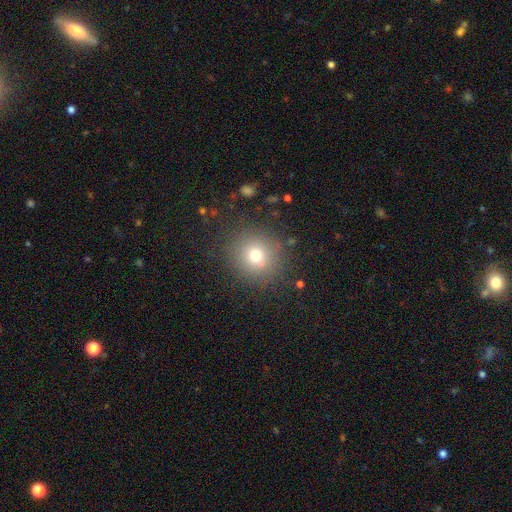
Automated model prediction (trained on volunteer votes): Smooth or featured? Predicted: smooth (p=0.72). How rounded? Predicted: round (p=0.91). Merging? Predicted: none (p=0.86).